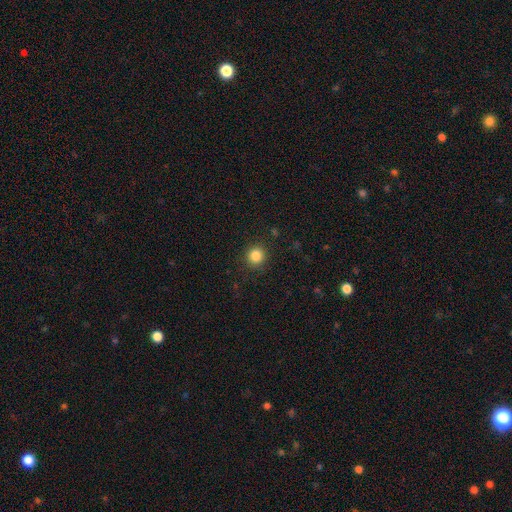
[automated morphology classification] Overall: smooth (84%). How rounded: round (93%). Merging: none (91%).